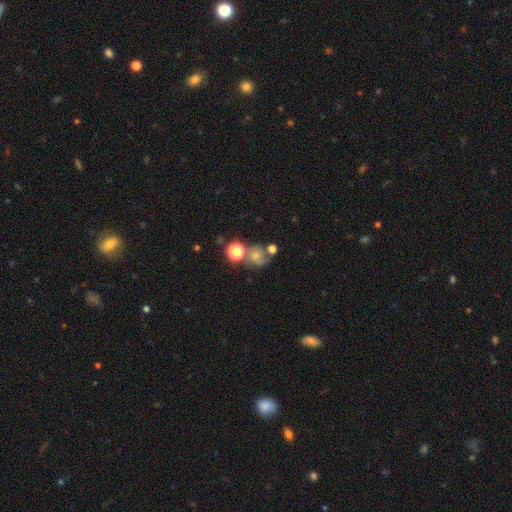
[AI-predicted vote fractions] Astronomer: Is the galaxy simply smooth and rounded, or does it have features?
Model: smooth — 54%.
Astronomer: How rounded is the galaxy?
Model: round — 77%.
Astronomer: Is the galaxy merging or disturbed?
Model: none — 49%.